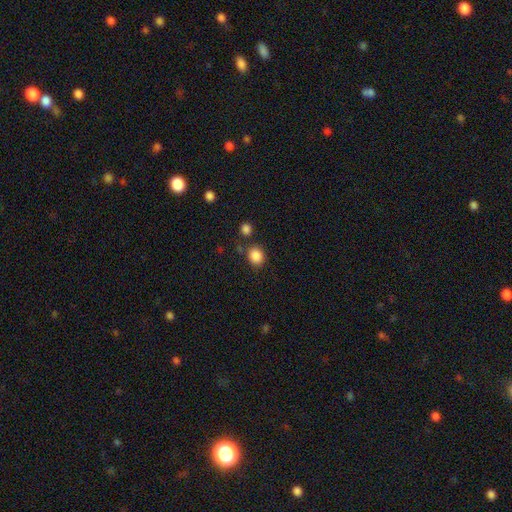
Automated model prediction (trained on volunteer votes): Smooth or featured? smooth (87%)
How rounded? round (70%)
Merging? none (77%)